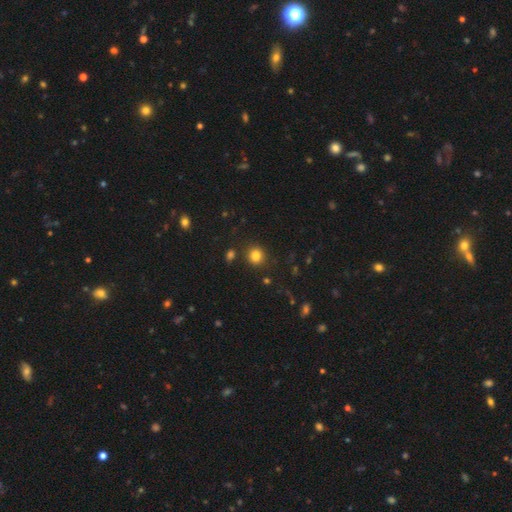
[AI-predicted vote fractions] smooth-or-featured: smooth: 83% | star or artifact: 12% | featured or disk: 5%
  how-rounded: round: 88% | in between: 11% | cigar-shaped: 1%
  merging: none: 86% | minor disturbance: 8% | merger: 3% | major disturbance: 3%